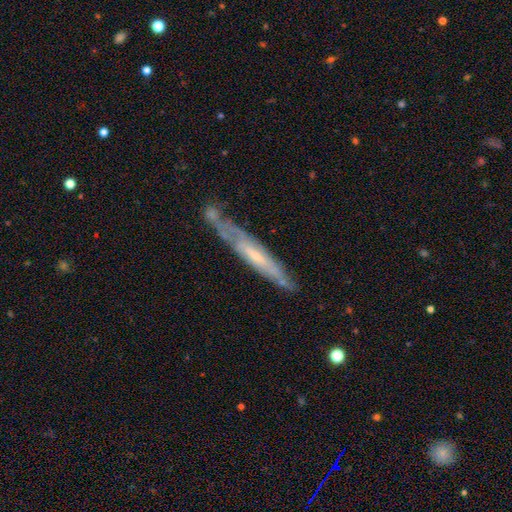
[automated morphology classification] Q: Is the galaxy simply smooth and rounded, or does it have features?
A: featured or disk — 69%.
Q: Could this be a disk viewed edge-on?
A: yes — 66%.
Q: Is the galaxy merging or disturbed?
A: none — 64%.